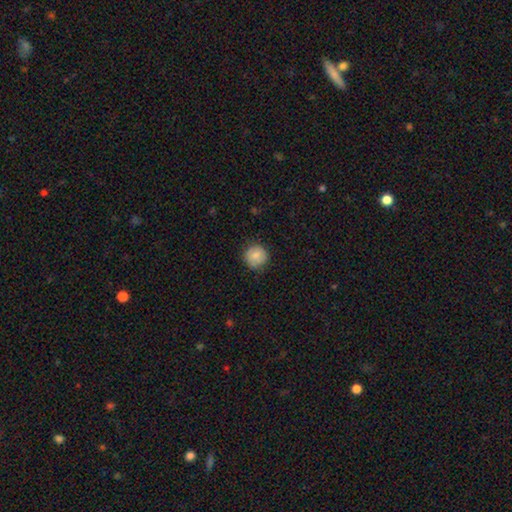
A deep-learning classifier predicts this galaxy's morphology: smooth 81%, featured or disk 12%, star or artifact 8%. Down the decision tree: how rounded — round (92%); merging — none (79%).